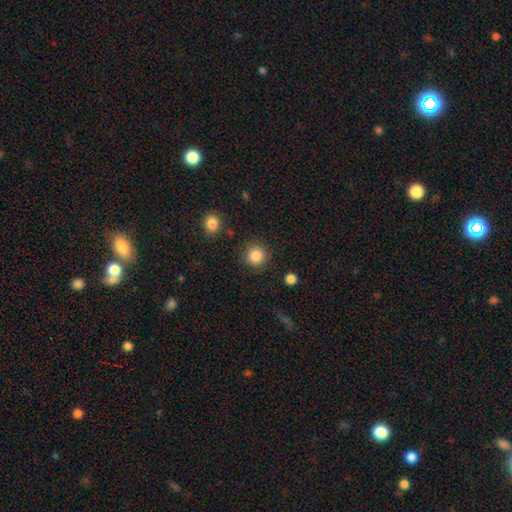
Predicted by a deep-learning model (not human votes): Q: Smooth or featured?
A: smooth (87%); runner-up: star or artifact (9%)
Q: How rounded?
A: round (94%); runner-up: in between (5%)
Q: Merging?
A: none (89%); runner-up: minor disturbance (7%)